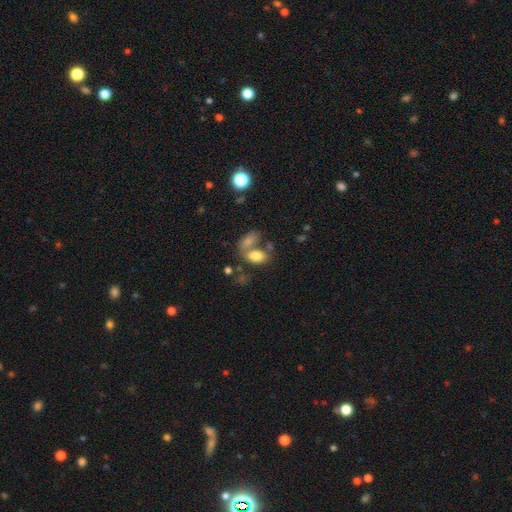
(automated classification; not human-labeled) smooth-or-featured: smooth: 79% | featured or disk: 12% | star or artifact: 9%
  how-rounded: in between: 90% | round: 7% | cigar-shaped: 2%
  merging: merger: 46% | none: 36% | minor disturbance: 11% | major disturbance: 6%